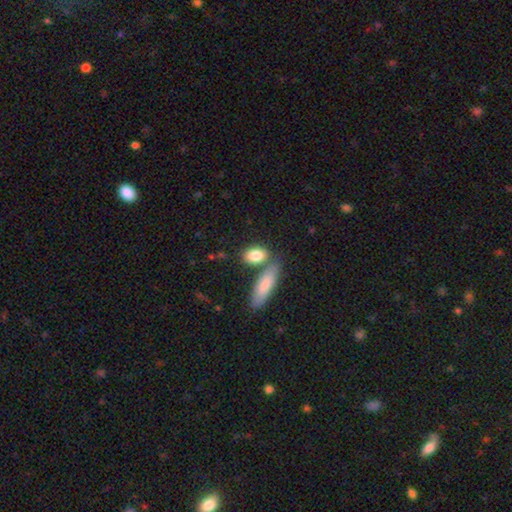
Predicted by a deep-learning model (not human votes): Smooth or featured: smooth — 83% (featured or disk — 11%)
How rounded: in between — 80% (cigar-shaped — 10%)
Merging: none — 59% (merger — 25%)